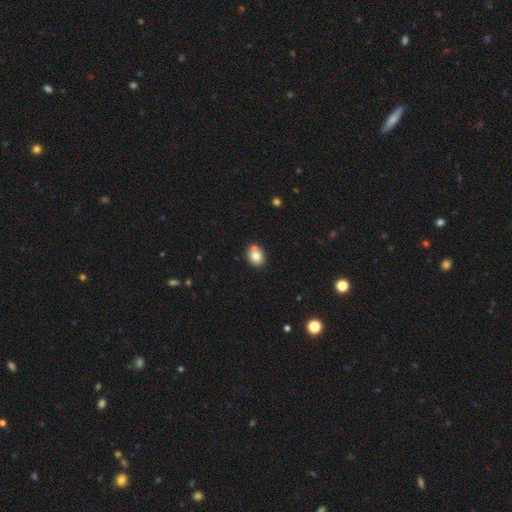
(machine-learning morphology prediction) Smooth or featured? smooth (79%)
How rounded? round (52%)
Merging? none (64%)